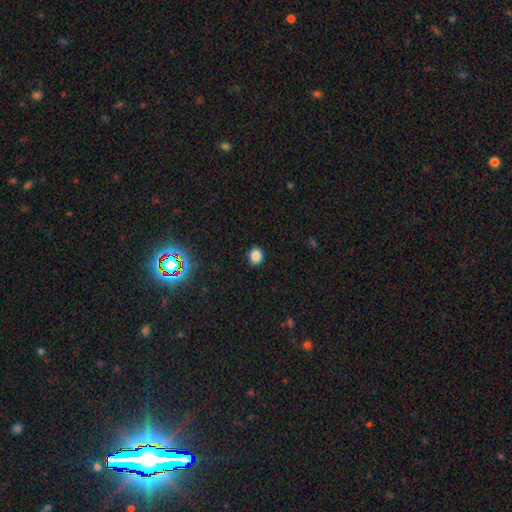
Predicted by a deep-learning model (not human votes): Morphology: type=smooth (85%); roundness=round (69%); merging=none (88%).